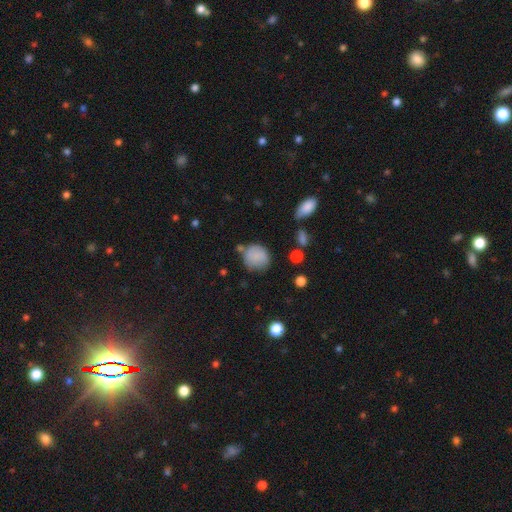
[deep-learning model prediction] Smooth or featured: smooth — 82% (star or artifact — 9%)
How rounded: round — 83% (in between — 16%)
Merging: none — 63% (minor disturbance — 23%)